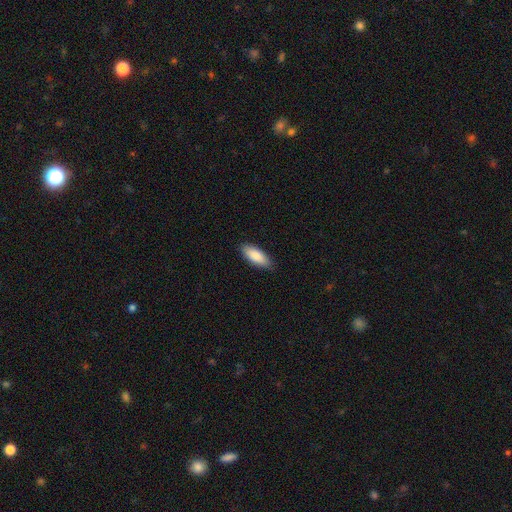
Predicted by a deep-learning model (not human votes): Overall: smooth (87%). How rounded: in between (76%). Merging: none (86%).